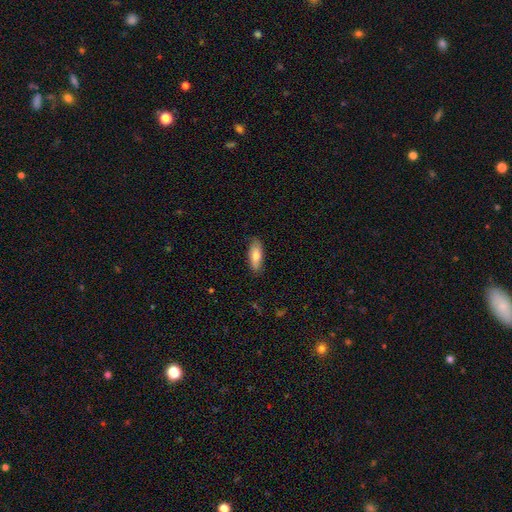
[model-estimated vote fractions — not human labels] smooth 77%, featured or disk 17%, star or artifact 6%. Down the decision tree: how rounded — in between (67%); merging — none (81%).